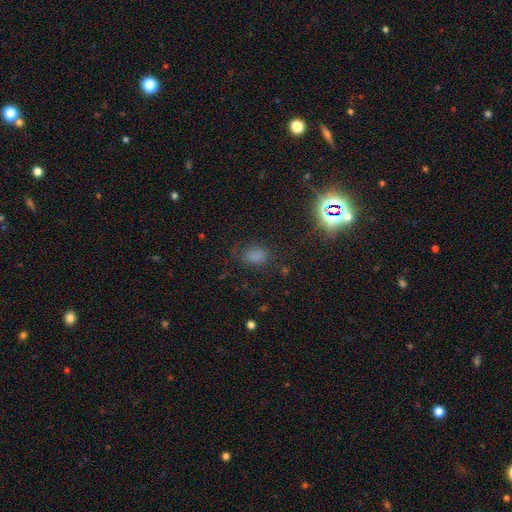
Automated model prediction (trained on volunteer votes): smooth-or-featured: smooth: 71% | star or artifact: 22% | featured or disk: 7%
  how-rounded: in between: 74% | round: 24% | cigar-shaped: 2%
  merging: none: 72% | minor disturbance: 17% | major disturbance: 9% | merger: 2%